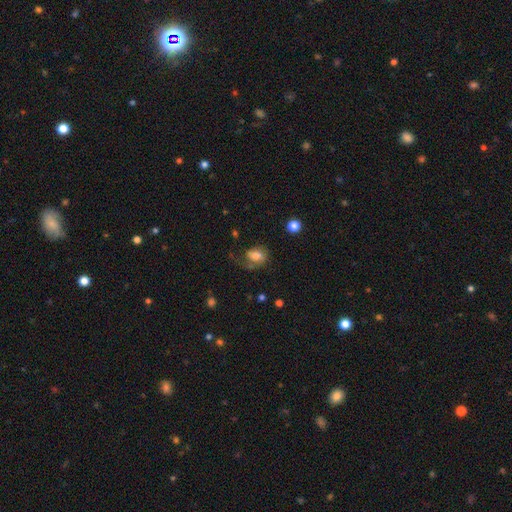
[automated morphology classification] Overall: smooth (61%; featured or disk 29%). How rounded: in between (70%). Merging: none (40%; major disturbance 33%).